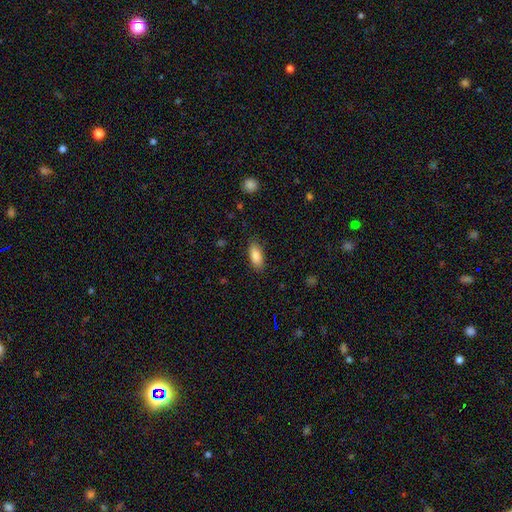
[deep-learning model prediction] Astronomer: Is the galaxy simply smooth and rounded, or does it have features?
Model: smooth — 86%.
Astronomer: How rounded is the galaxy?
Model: in between — 85%.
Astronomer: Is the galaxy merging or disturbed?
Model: none — 84%.